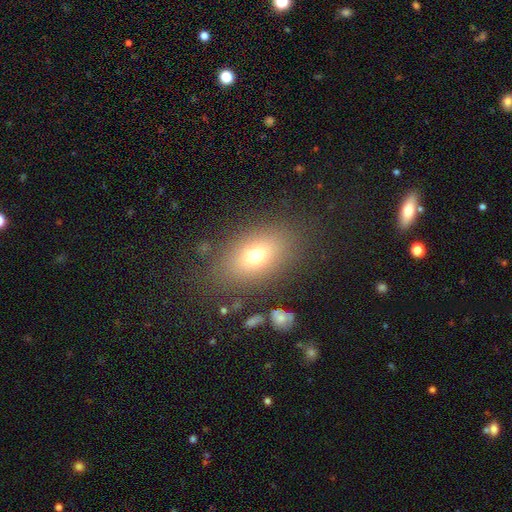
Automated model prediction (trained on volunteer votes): smooth-or-featured: smooth: 71% | featured or disk: 15% | star or artifact: 13%
  how-rounded: in between: 83% | round: 13% | cigar-shaped: 4%
  merging: none: 81% | minor disturbance: 11% | major disturbance: 5% | merger: 2%